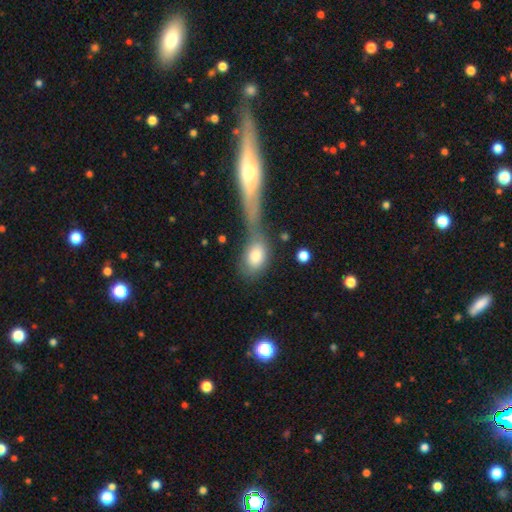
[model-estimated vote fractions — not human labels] Q: Smooth or featured?
A: smooth (79%); runner-up: featured or disk (13%)
Q: How rounded?
A: in between (75%); runner-up: round (20%)
Q: Merging?
A: merger (44%); runner-up: none (33%)